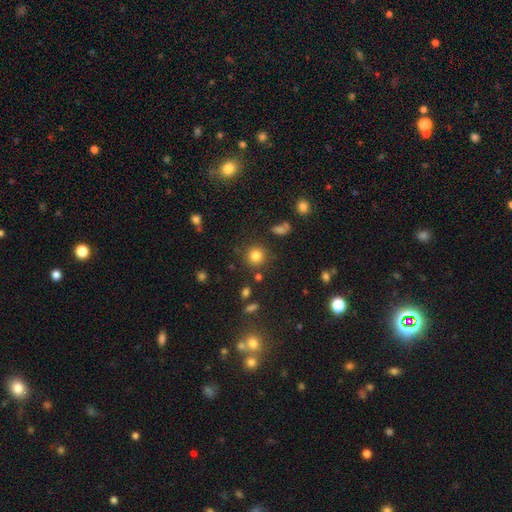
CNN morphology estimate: This is clearly a smooth galaxy (81%). How rounded: clearly round (92%). Merging: clearly none (84%).